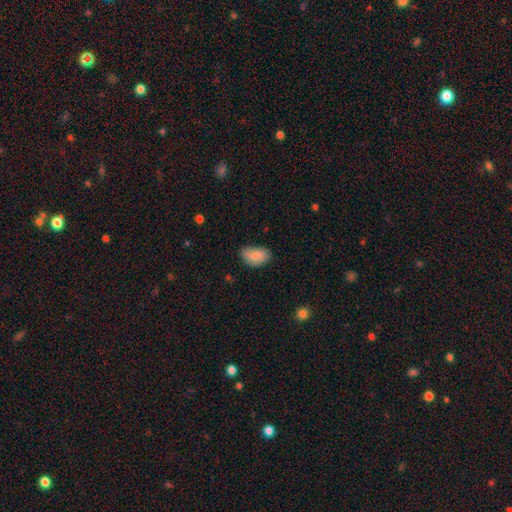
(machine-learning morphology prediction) Q: Smooth or featured?
A: smooth (85%); runner-up: featured or disk (8%)
Q: How rounded?
A: in between (91%); runner-up: round (7%)
Q: Merging?
A: none (69%); runner-up: minor disturbance (25%)